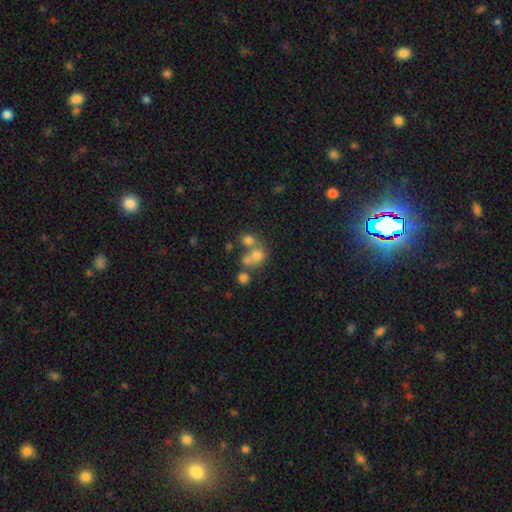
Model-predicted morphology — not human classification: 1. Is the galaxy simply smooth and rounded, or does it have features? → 60% smooth, 21% featured or disk, 19% star or artifact.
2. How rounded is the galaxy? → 68% round, 31% in between, 1% cigar-shaped.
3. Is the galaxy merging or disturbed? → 53% merger, 33% none, 8% minor disturbance, 6% major disturbance.